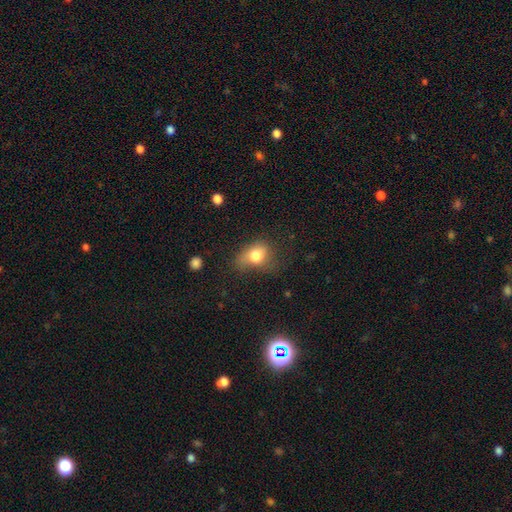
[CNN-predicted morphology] type=smooth (76%); roundness=in between (63%); merging=none (36%).